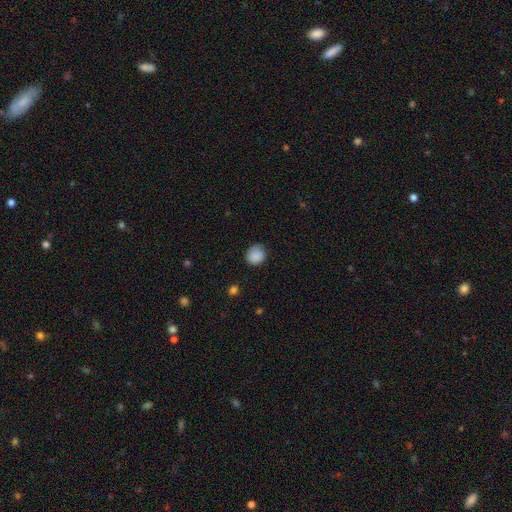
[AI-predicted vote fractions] Q: Smooth or featured?
A: smooth (87%); runner-up: star or artifact (9%)
Q: How rounded?
A: round (82%); runner-up: in between (17%)
Q: Merging?
A: none (79%); runner-up: minor disturbance (17%)